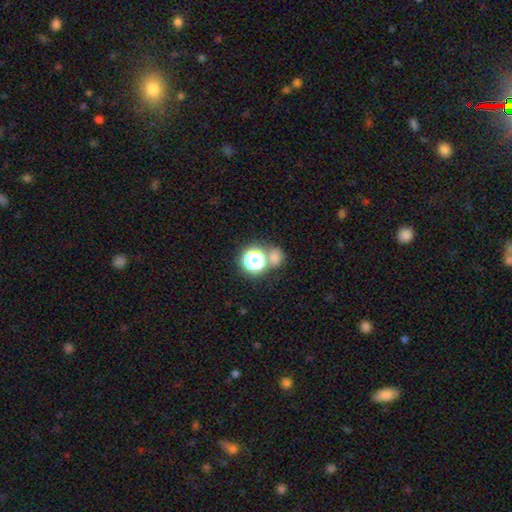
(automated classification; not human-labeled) The model was most divided on "smooth or featured": smooth: 53%, star or artifact: 38%, featured or disk: 9%. More confident: how rounded — round (81%); merging — none (61%).